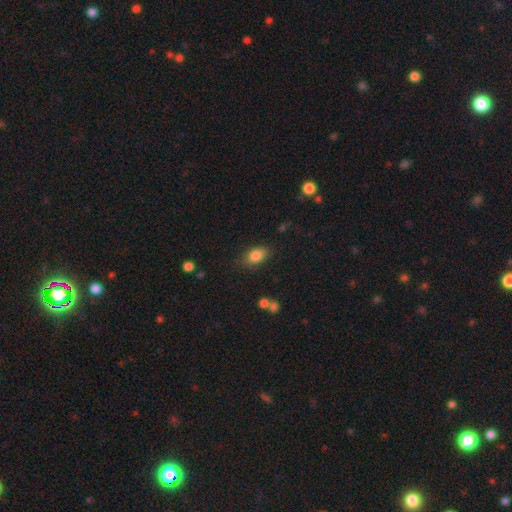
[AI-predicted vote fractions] Smooth or featured? Predicted: smooth (p=0.84). How rounded? Predicted: in between (p=0.86). Merging? Predicted: none (p=0.80).